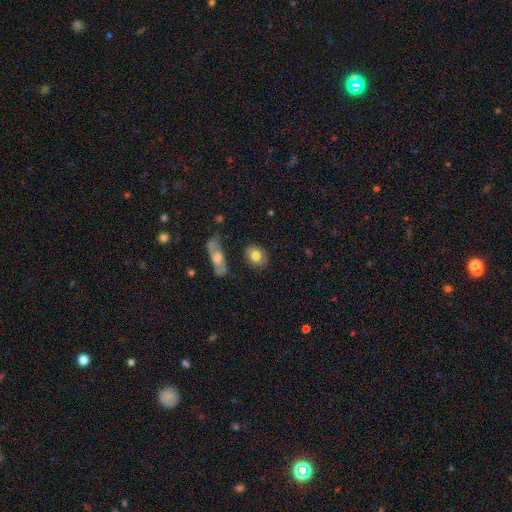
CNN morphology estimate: Smooth or featured: smooth — 79% (featured or disk — 13%)
How rounded: in between — 54% (round — 44%)
Merging: none — 82% (minor disturbance — 12%)